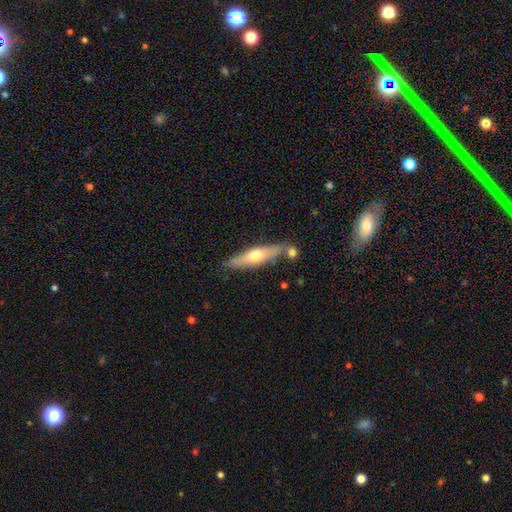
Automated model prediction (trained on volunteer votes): Smooth or featured? featured or disk (49%)
Merging? none (72%)